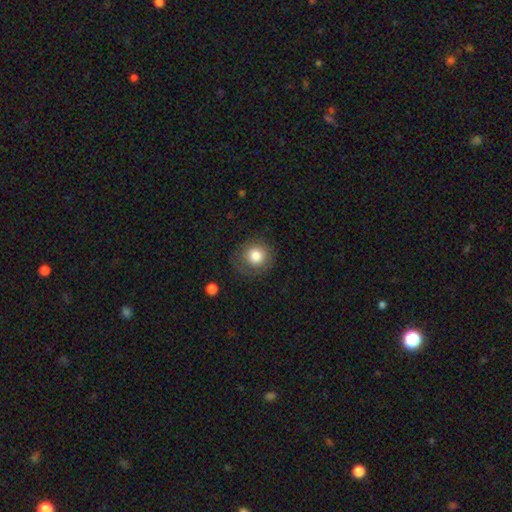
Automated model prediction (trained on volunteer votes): This appears to be a smooth galaxy with no disk features (81%) that is round (91%). Merging: none (79%).